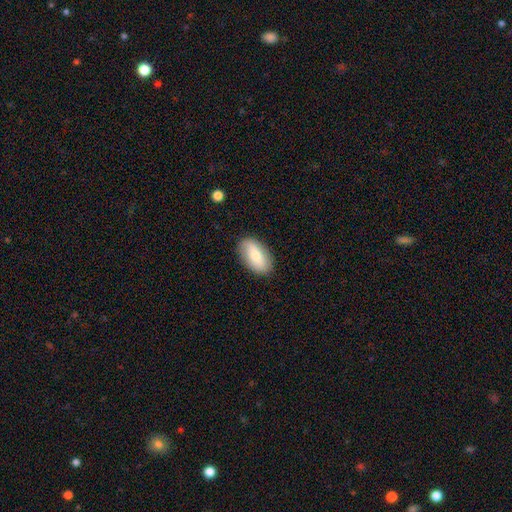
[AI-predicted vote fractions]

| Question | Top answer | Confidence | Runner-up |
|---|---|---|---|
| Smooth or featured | smooth | 73% | featured or disk (21%) |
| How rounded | in between | 93% | cigar-shaped (4%) |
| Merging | none | 86% | minor disturbance (10%) |